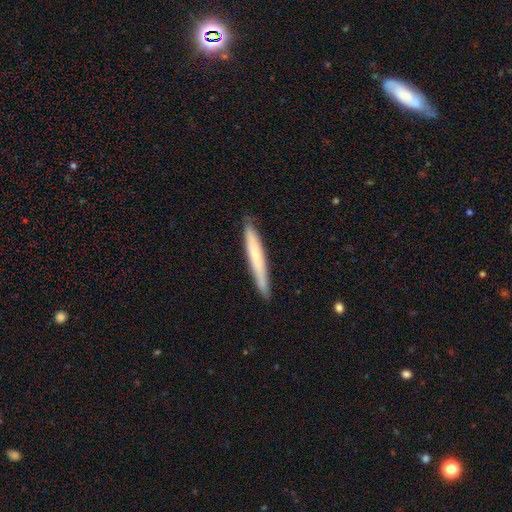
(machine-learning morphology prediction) Overall: smooth (61%; featured or disk 33%). How rounded: cigar-shaped (96%). Merging: none (87%).